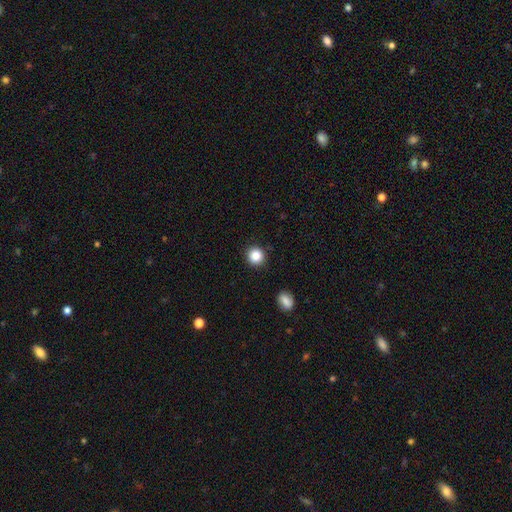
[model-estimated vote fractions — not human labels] This is clearly a smooth galaxy (87%). How rounded: clearly round (91%). Merging: clearly none (90%).